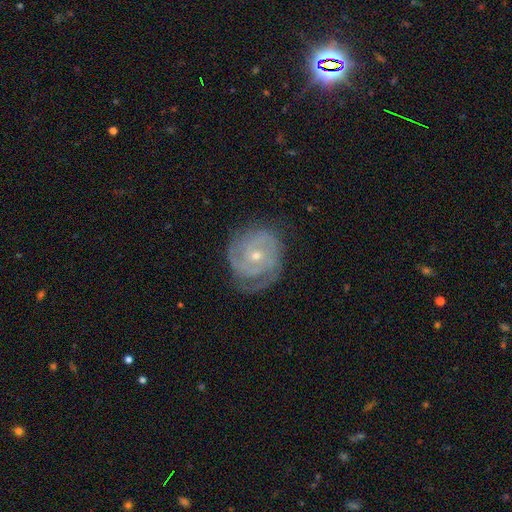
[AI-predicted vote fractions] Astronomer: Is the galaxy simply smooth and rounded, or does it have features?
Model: featured or disk — 85%.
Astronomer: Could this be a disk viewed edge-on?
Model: no — 97%.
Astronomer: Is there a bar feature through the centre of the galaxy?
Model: no — 66%.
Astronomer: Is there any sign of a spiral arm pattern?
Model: yes — 95%.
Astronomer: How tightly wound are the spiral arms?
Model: tight — 72%.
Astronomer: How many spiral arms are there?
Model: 2 — 34% (runner-up: 3, 26%).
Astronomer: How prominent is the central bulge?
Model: small — 58% (runner-up: moderate, 40%).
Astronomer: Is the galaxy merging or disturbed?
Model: none — 70%.